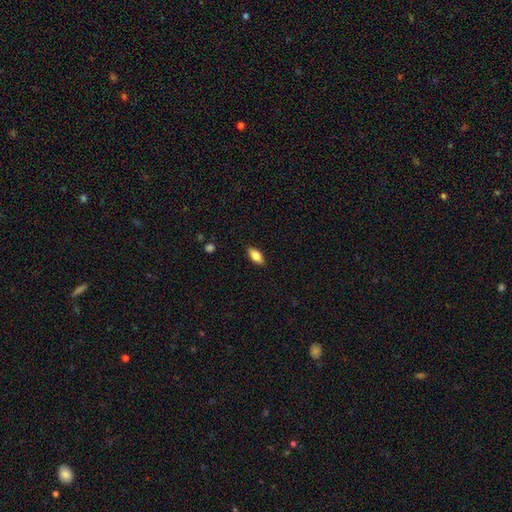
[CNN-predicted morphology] Smooth or featured? smooth (78%)
How rounded? in between (86%)
Merging? none (88%)